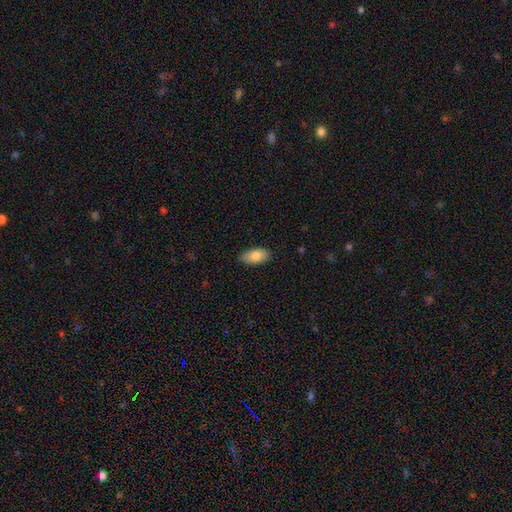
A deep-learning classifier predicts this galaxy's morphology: Q: Smooth or featured?
A: smooth (81%); runner-up: featured or disk (13%)
Q: How rounded?
A: in between (93%); runner-up: cigar-shaped (4%)
Q: Merging?
A: none (86%); runner-up: minor disturbance (11%)